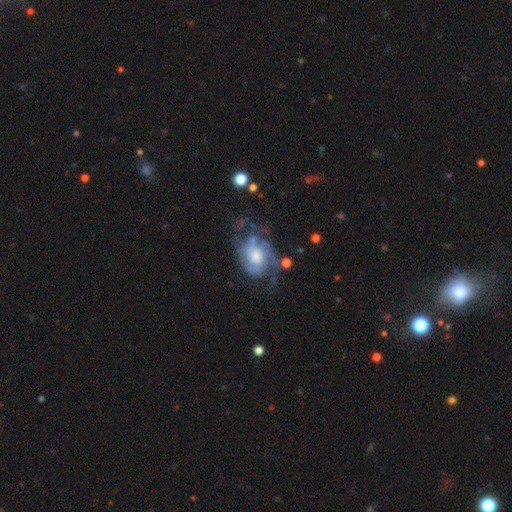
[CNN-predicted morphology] This is likely a featured or disk galaxy (80%). It is clearly not viewed edge-on (97%). Bar: likely no (67%). Spiral arm pattern: clearly yes (90%). Spiral arm count: marginally 2 (42%). Spiral winding: marginally medium (44%). Central bulge: marginally moderate (45%). Merging: possibly none (50%).